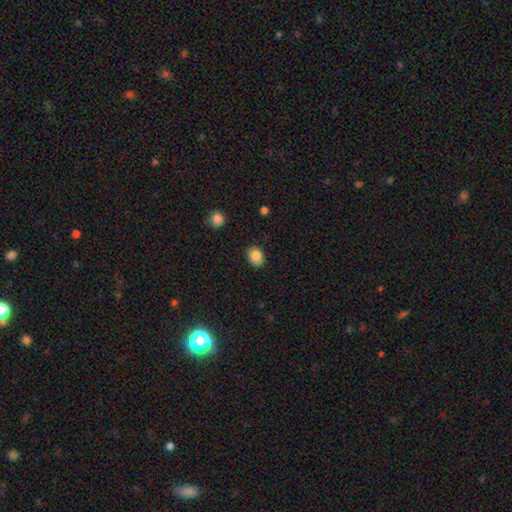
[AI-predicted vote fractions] A smooth galaxy with no disk features (85%) that is in between round and cigar-shaped (57%). Merging: none (87%).